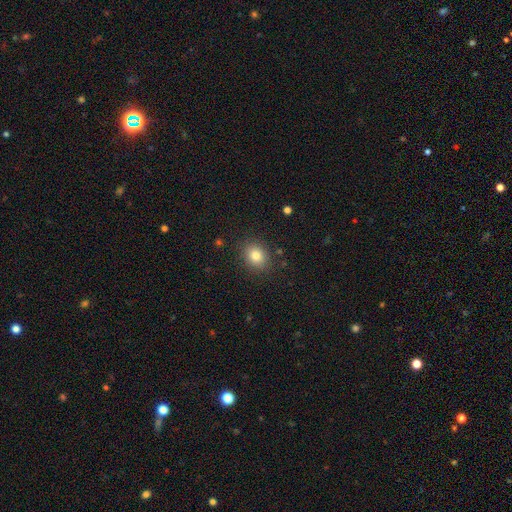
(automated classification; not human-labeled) A smooth galaxy with no disk features (81%) that is round (57%). Merging: none (87%).